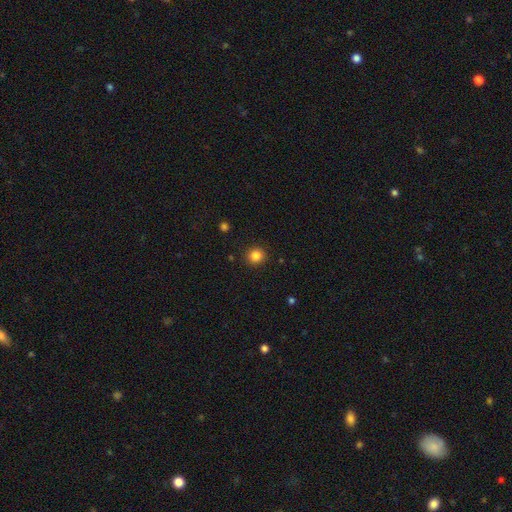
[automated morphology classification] A smooth galaxy with no disk features (85%) that is round (90%).

Vote fractions:
- Smooth or featured? smooth: 85% / star or artifact: 12% / featured or disk: 4%
- How rounded? round: 90% / in between: 9% / cigar-shaped: 1%
- Merging? none: 91% / minor disturbance: 6% / major disturbance: 2% / merger: 1%